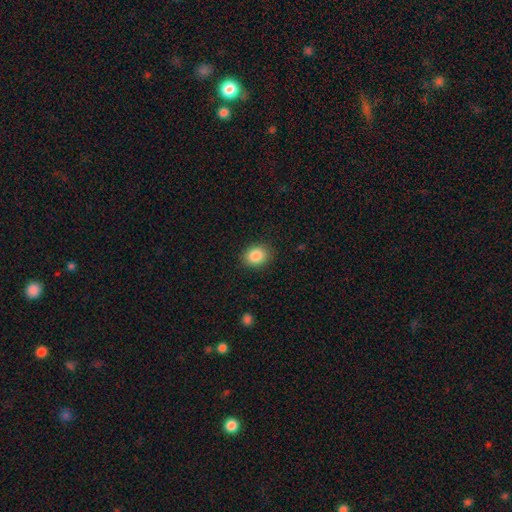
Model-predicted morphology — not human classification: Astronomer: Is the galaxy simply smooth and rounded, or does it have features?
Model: smooth — 86%.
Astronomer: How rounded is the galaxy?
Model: round — 57% (runner-up: in between, 42%).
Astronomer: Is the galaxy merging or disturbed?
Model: none — 88%.